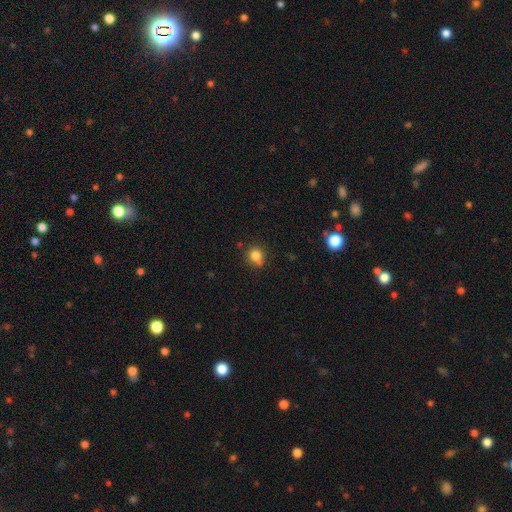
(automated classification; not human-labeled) Morphology: type=smooth (81%); roundness=round (85%); merging=none (67%).